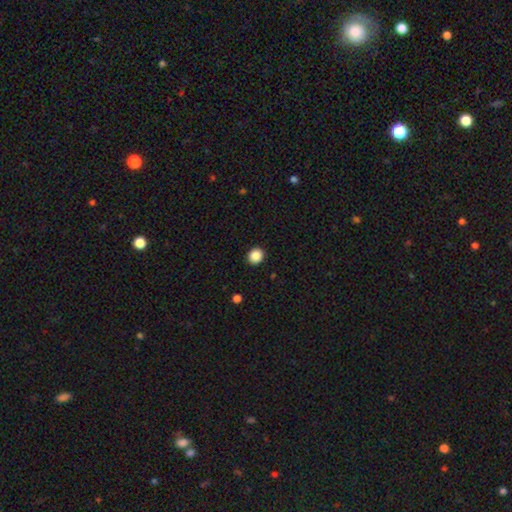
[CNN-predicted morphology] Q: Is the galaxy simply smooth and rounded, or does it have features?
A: smooth — 87%.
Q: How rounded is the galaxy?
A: round — 84%.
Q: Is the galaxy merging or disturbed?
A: none — 92%.